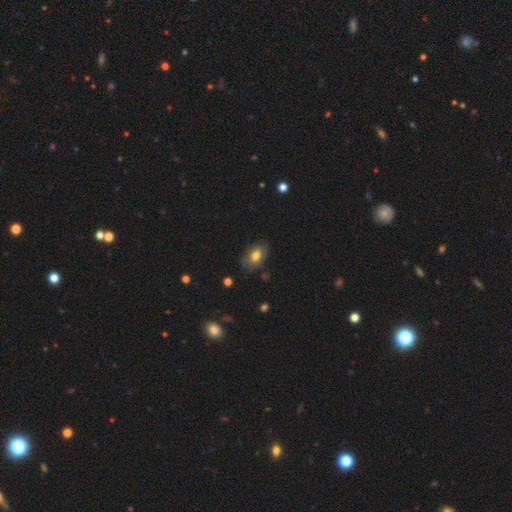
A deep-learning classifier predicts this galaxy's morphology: This appears to be a smooth galaxy with no disk features (73%) that is in between round and cigar-shaped (85%). Merging: none (75%).